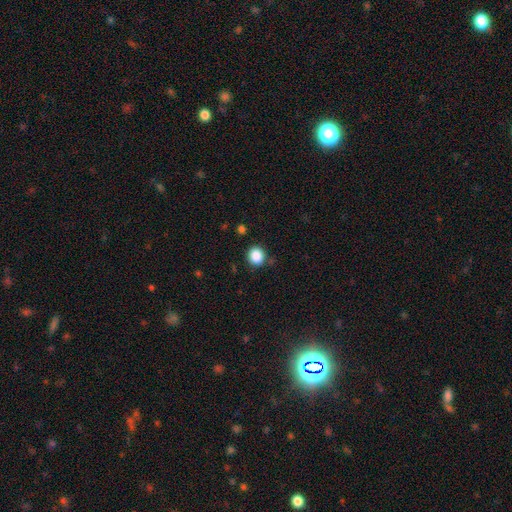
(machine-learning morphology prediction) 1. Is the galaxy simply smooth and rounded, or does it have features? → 87% smooth, 9% star or artifact, 3% featured or disk.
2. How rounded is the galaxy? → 82% round, 17% in between, 1% cigar-shaped.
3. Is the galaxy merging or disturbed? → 86% none, 9% minor disturbance, 3% major disturbance, 2% merger.